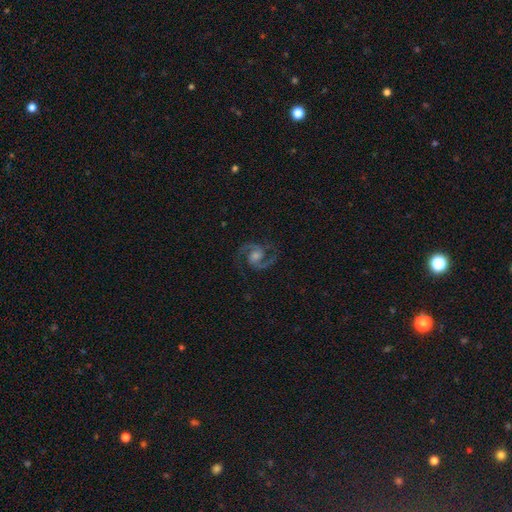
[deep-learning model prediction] Overall: featured or disk (93%). Edge-on disk: no (98%). Bar: no (47%; weak 41%). Spiral arms: yes (99%). Spiral arm count: 2 (94%). Spiral winding: medium (66%). Bulge size: moderate (48%; small 29%). Merging: none (84%).